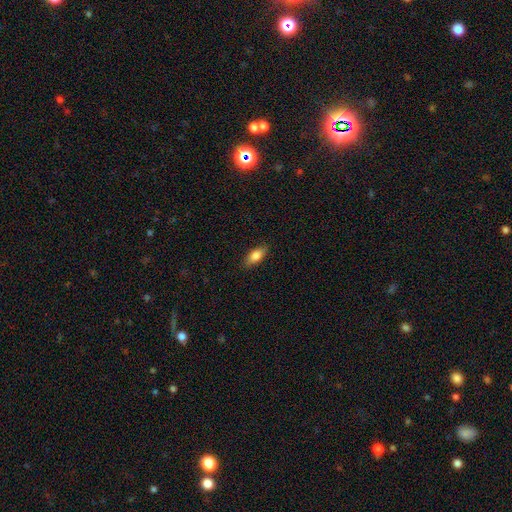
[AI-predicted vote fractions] The model was most divided on "how rounded": in between: 82%, cigar-shaped: 15%, round: 3%. More confident: merging — none (87%); smooth or featured — smooth (81%).